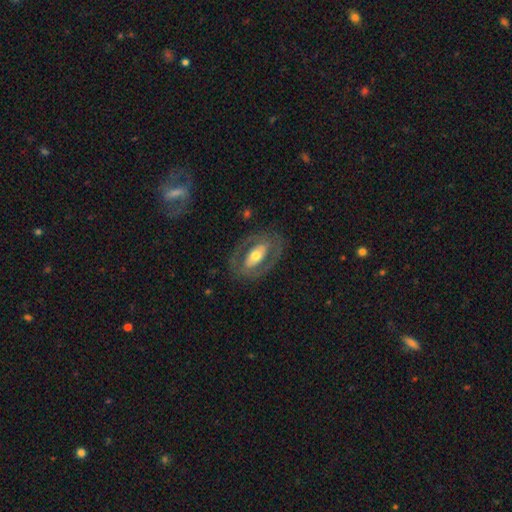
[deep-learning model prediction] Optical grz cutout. It shows a featured or disk galaxy (66%) with no bar (42%), no spiral arms (62%) and a moderate central bulge (63%). Merging: none (76%).